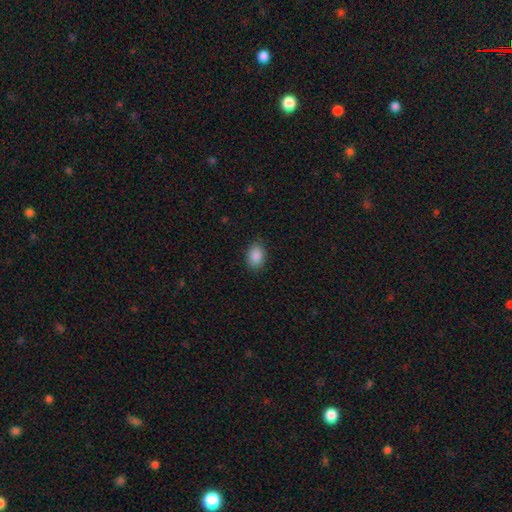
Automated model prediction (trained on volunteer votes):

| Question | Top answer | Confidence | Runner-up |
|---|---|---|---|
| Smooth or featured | smooth | 89% | star or artifact (8%) |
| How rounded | in between | 79% | round (20%) |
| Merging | none | 85% | minor disturbance (12%) |